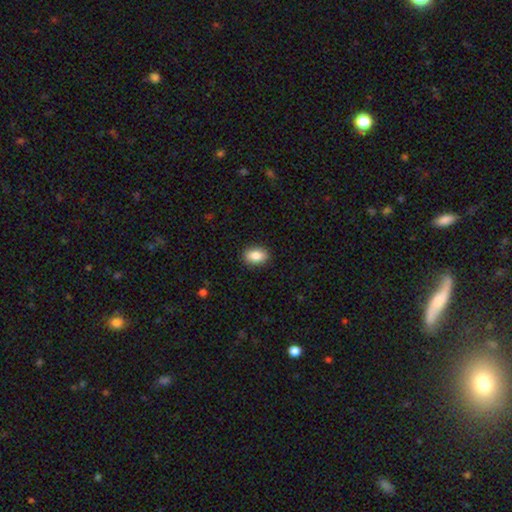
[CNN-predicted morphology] This appears to be a smooth galaxy with no disk features (87%) that is in between round and cigar-shaped (82%). Merging: none (89%).